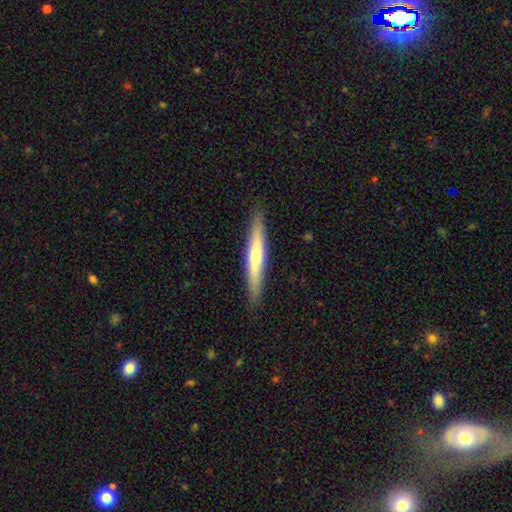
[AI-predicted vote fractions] This appears to be a smooth galaxy with no disk features (52%) that is cigar-shaped (95%). Merging: none (90%).